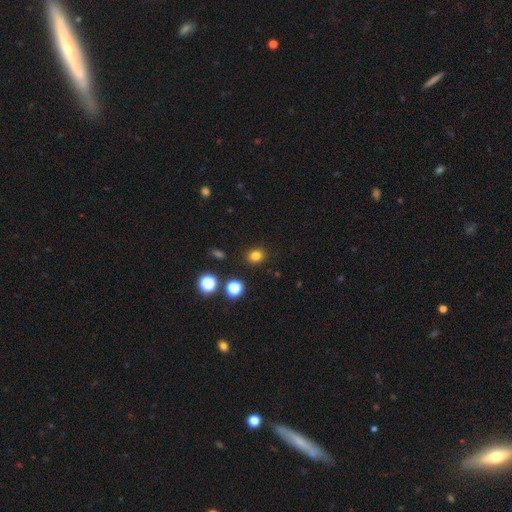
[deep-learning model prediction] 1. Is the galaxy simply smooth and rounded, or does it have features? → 80% smooth, 15% star or artifact, 5% featured or disk.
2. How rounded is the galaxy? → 63% round, 36% in between, 1% cigar-shaped.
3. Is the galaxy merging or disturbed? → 88% none, 8% minor disturbance, 3% major disturbance, 2% merger.